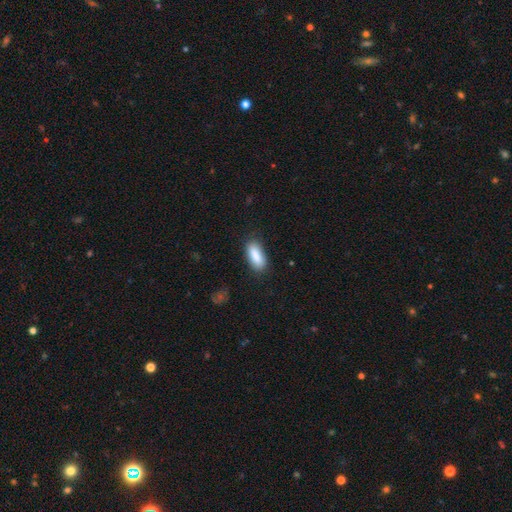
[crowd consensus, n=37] smooth-or-featured: smooth: 89% | featured or disk: 5% | star or artifact: 5%
  how-rounded: in between: 70% | cigar-shaped: 27% | round: 3%
  merging: none: 86% | minor disturbance: 14% | major disturbance: 0% | merger: 0%